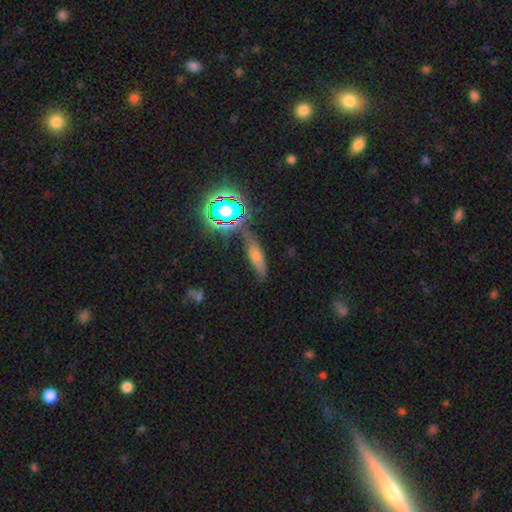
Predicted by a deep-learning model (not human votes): This is possibly a smooth galaxy (46%). Merging: likely none (73%).